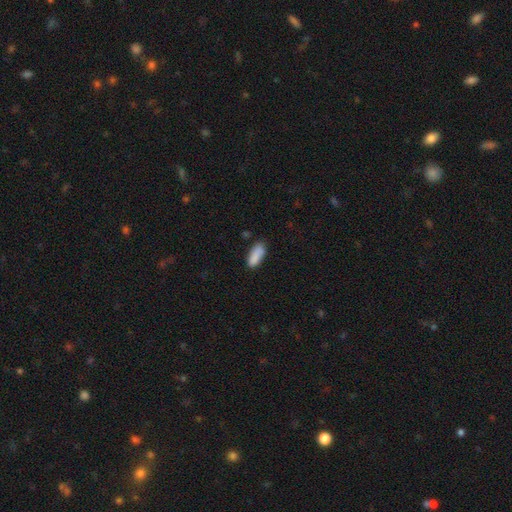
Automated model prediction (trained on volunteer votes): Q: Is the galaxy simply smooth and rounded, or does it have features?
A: smooth — 88%.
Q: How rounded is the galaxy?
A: in between — 73%.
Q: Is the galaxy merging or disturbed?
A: none — 76%.